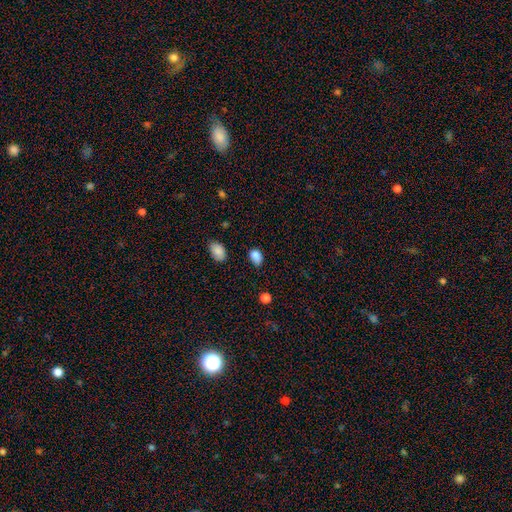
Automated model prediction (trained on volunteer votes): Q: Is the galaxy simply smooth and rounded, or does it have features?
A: smooth — 86%.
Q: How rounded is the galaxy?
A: in between — 81%.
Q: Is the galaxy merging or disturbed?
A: none — 63%.